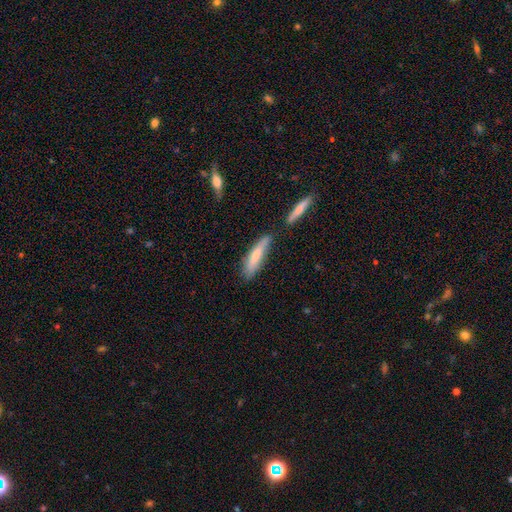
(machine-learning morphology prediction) This appears to be a smooth galaxy with no disk features (72%) that is cigar-shaped (77%). Merging: none (60%).